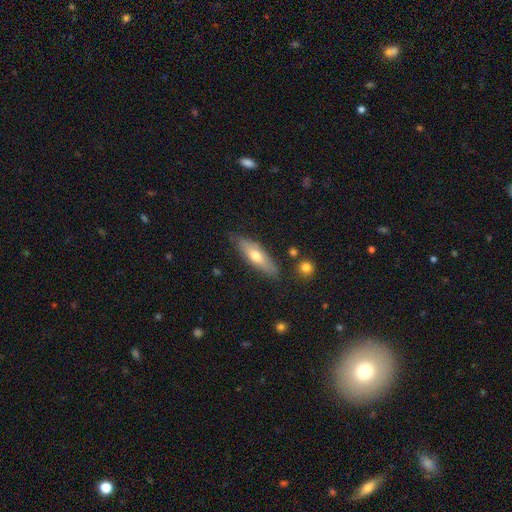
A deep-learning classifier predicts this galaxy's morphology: Smooth or featured?
  - smooth: 59% *
  - featured or disk: 36%
  - star or artifact: 6%
How rounded?
  - cigar-shaped: 54% *
  - in between: 44%
  - round: 2%
Merging?
  - none: 79% *
  - minor disturbance: 16%
  - major disturbance: 3%
  - merger: 2%